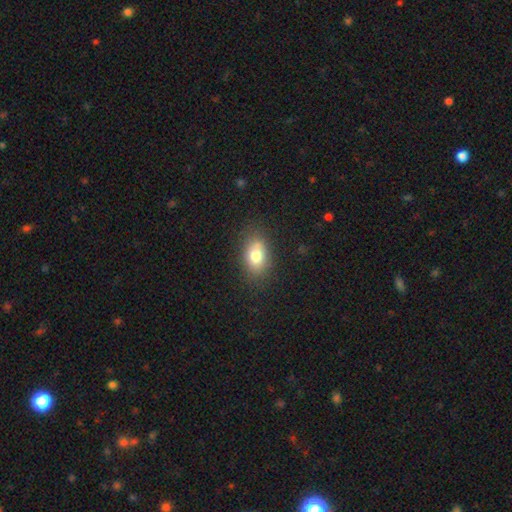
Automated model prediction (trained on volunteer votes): Smooth or featured? smooth (77%)
How rounded? in between (82%)
Merging? none (74%)